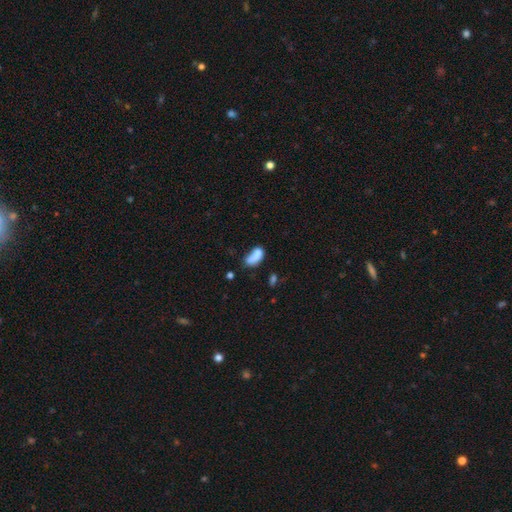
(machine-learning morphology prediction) type=smooth (77%); roundness=in between (87%); merging=none (33%).